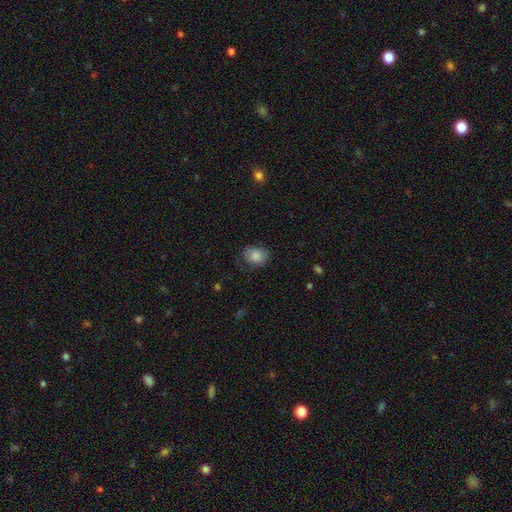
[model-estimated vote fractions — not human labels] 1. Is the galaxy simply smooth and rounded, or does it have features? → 85% smooth, 8% star or artifact, 7% featured or disk.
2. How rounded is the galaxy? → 56% in between, 43% round, 1% cigar-shaped.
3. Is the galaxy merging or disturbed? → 69% none, 23% minor disturbance, 7% major disturbance, 1% merger.